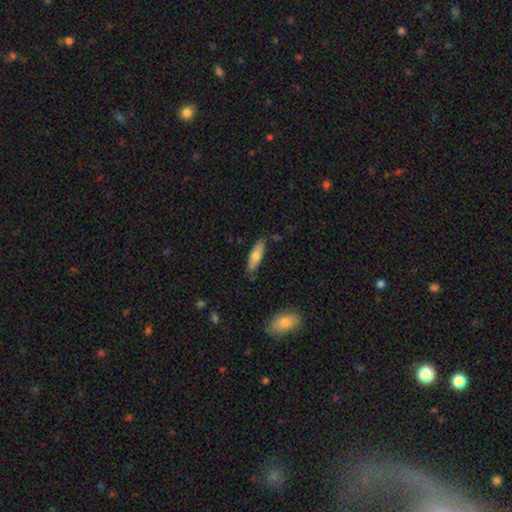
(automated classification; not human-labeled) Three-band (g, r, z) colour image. It shows a smooth galaxy with no disk features (68%) that is cigar-shaped (59%). Merging: none (79%).